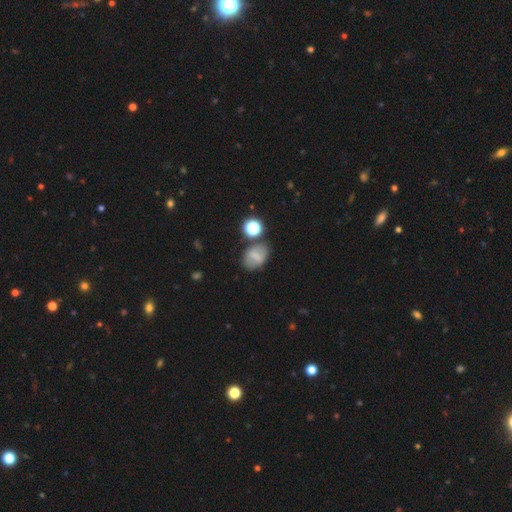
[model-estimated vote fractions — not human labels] Morphology: type=smooth (58%); roundness=in between (72%); merging=none (68%).